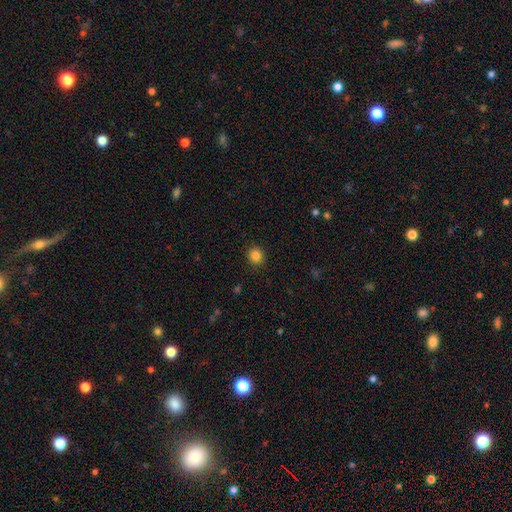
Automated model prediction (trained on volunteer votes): smooth 85%, star or artifact 11%, featured or disk 4%. Down the decision tree: how rounded — round (87%); merging — none (91%).